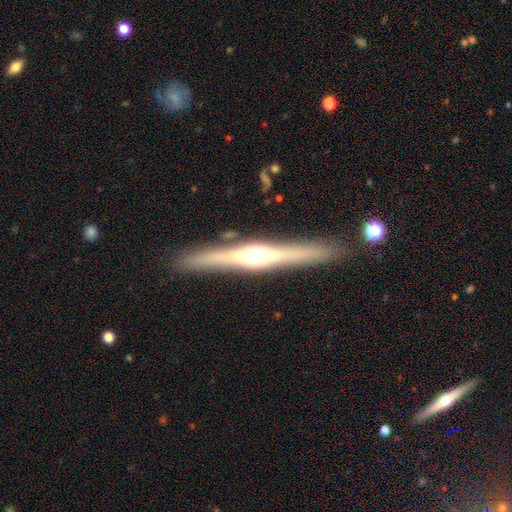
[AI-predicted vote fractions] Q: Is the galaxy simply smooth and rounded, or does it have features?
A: featured or disk — 74%.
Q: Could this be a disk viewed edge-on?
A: yes — 97%.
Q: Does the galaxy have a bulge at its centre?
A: rounded — 88%.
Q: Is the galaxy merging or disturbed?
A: none — 88%.